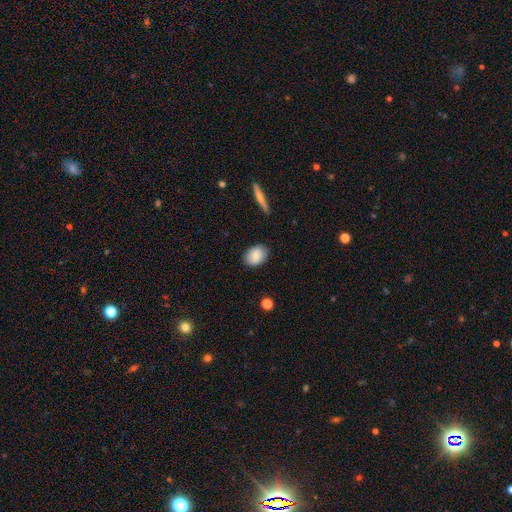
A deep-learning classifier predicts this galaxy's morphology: type=smooth (81%); roundness=in between (76%); merging=none (85%).